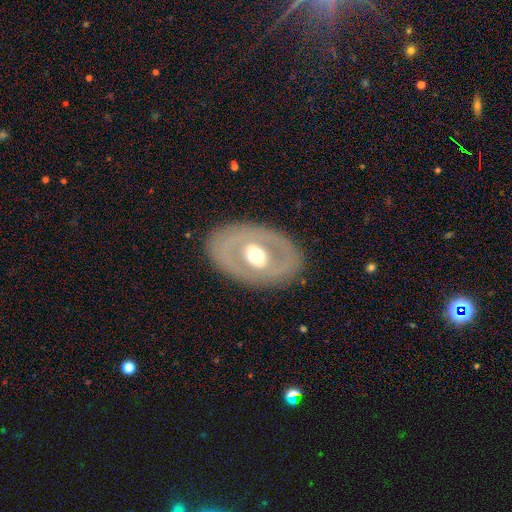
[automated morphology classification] Smooth or featured: featured or disk — 62% (smooth — 32%)
Edge-on disk: no — 90% (yes — 10%)
Bar: no — 54% (weak — 27%)
Spiral arms: no — 86% (yes — 14%)
Bulge size: moderate — 64% (large — 25%)
Merging: none — 82% (minor disturbance — 10%)